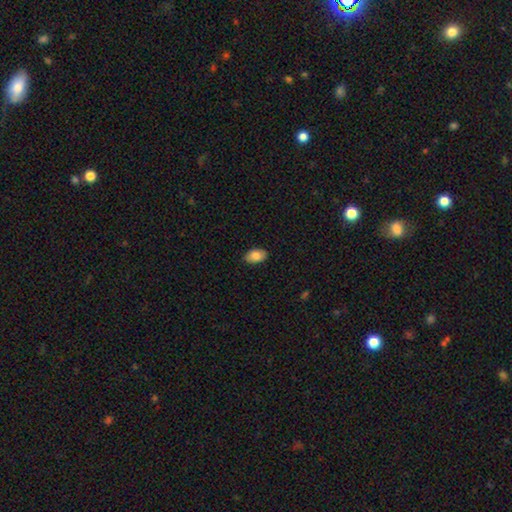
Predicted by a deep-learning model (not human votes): Overall: smooth (82%). How rounded: in between (91%). Merging: none (87%).